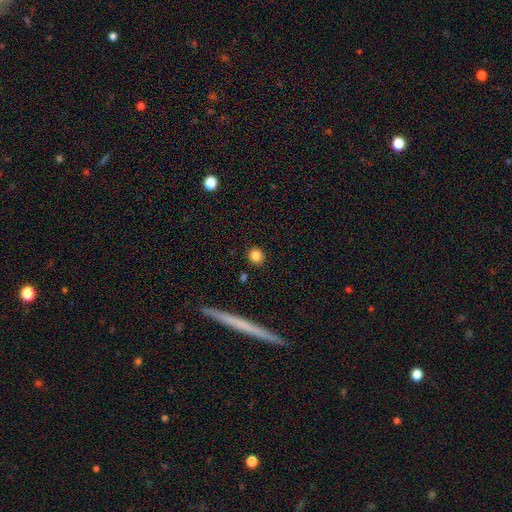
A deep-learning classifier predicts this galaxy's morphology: Q: Smooth or featured?
A: smooth (84%); runner-up: star or artifact (10%)
Q: How rounded?
A: round (90%); runner-up: in between (8%)
Q: Merging?
A: none (89%); runner-up: minor disturbance (6%)